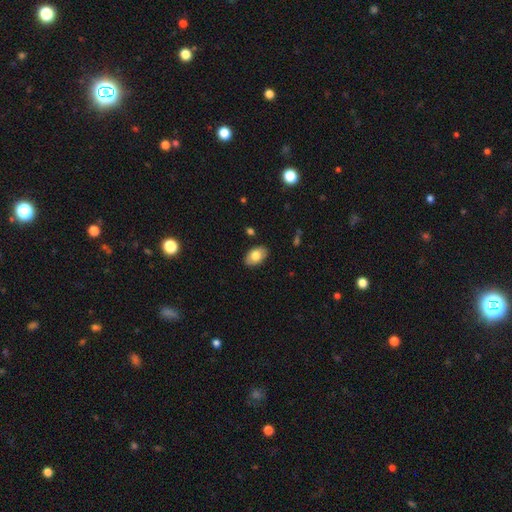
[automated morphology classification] type=smooth (78%); roundness=in between (90%); merging=none (87%).